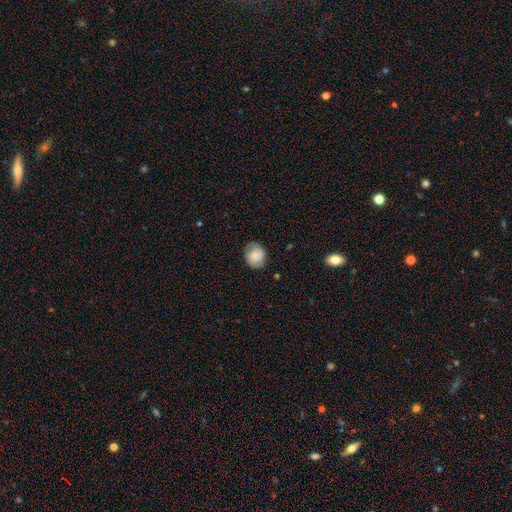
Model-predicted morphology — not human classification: Smooth or featured? smooth (76%)
How rounded? round (67%)
Merging? none (71%)